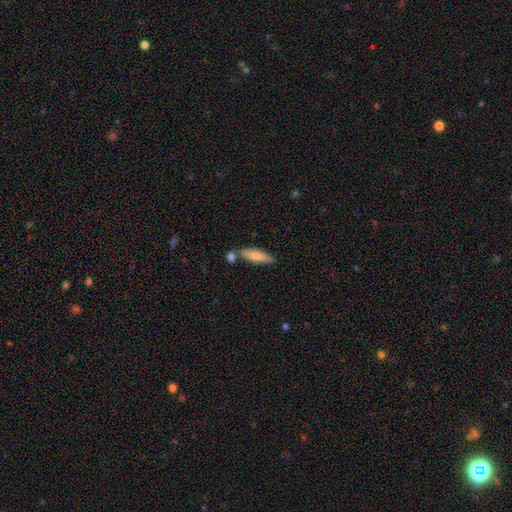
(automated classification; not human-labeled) The model was most divided on "how rounded": cigar-shaped: 54%, in between: 44%, round: 2%. More confident: smooth or featured — smooth (79%); merging — none (67%).